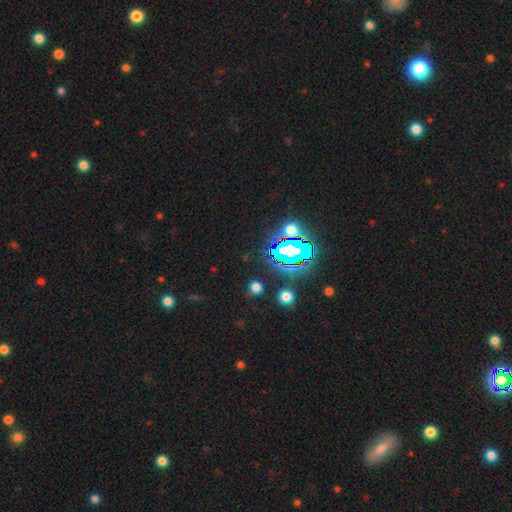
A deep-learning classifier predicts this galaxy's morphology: smooth-or-featured: star or artifact: 79% | smooth: 13% | featured or disk: 8%